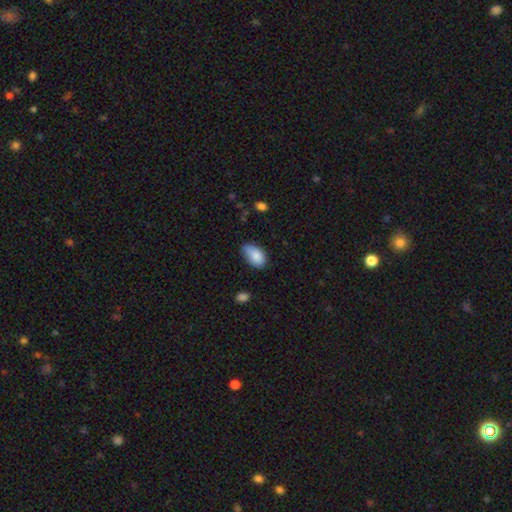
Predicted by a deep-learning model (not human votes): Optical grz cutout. It shows a smooth galaxy with no disk features (85%) that is in between round and cigar-shaped (93%). Merging: none (57%).